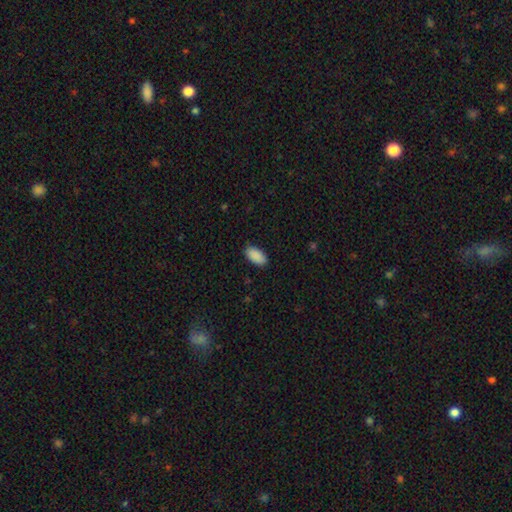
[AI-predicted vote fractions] Morphology: type=smooth (91%); roundness=in between (94%); merging=none (85%).